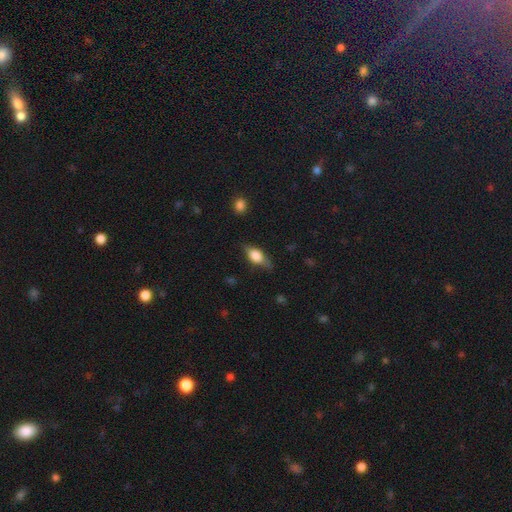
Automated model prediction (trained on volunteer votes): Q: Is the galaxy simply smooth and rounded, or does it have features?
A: smooth — 67%.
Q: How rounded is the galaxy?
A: in between — 80%.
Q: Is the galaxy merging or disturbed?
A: none — 69%.